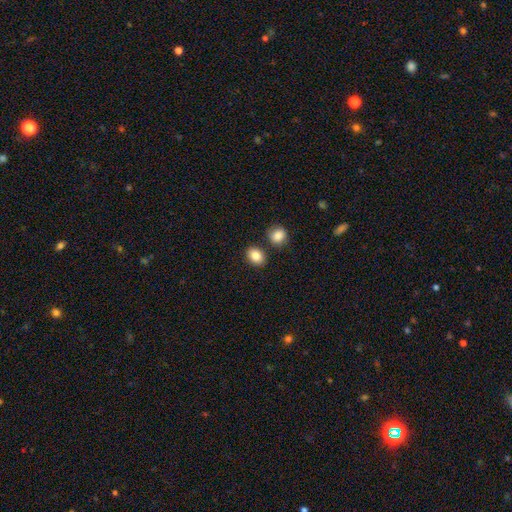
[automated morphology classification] A smooth galaxy with no disk features (85%) that is in between round and cigar-shaped (60%).

Vote fractions:
- Smooth or featured? smooth: 85% / star or artifact: 9% / featured or disk: 6%
- How rounded? in between: 60% / round: 39% / cigar-shaped: 1%
- Merging? none: 79% / merger: 10% / minor disturbance: 9% / major disturbance: 2%